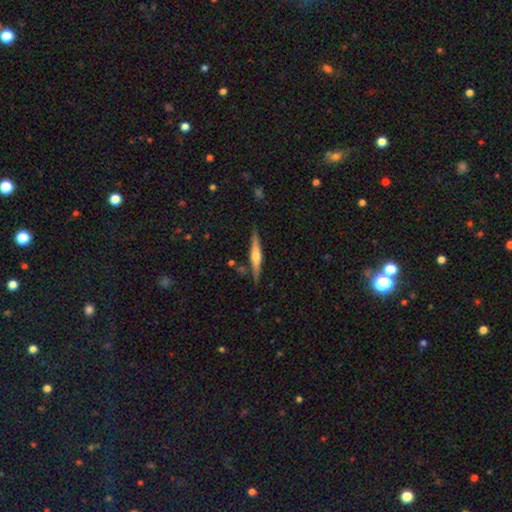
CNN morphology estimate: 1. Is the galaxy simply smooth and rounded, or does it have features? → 66% featured or disk, 28% smooth, 6% star or artifact.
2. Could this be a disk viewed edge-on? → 97% yes, 3% no.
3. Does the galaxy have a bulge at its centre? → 82% rounded, 10% boxy, 8% none.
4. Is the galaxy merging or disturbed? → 85% none, 10% minor disturbance, 3% merger, 2% major disturbance.